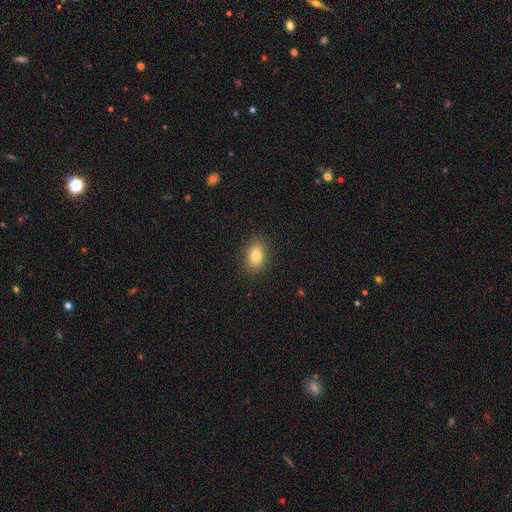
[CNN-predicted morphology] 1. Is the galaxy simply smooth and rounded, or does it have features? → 81% smooth, 10% featured or disk, 9% star or artifact.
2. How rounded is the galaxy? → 82% in between, 17% round, 2% cigar-shaped.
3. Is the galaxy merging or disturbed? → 88% none, 8% minor disturbance, 2% major disturbance, 1% merger.